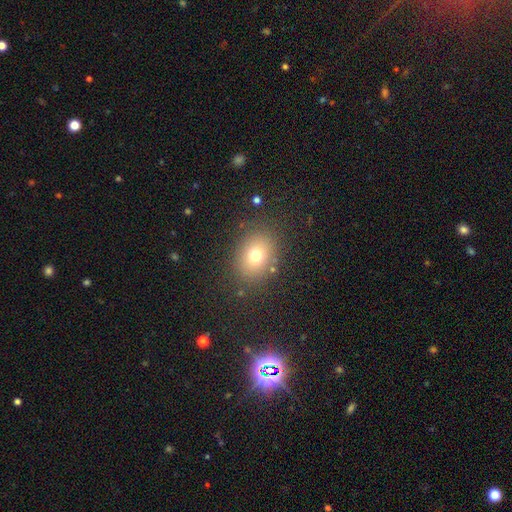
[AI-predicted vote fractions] This is likely a smooth galaxy (73%). How rounded: possibly in between (54%). Merging: clearly none (84%).